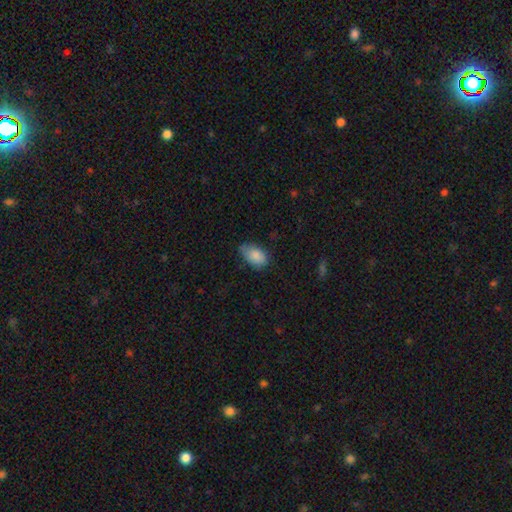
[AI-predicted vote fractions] smooth 86%, featured or disk 7%, star or artifact 7%. Down the decision tree: how rounded — in between (92%); merging — none (61%).